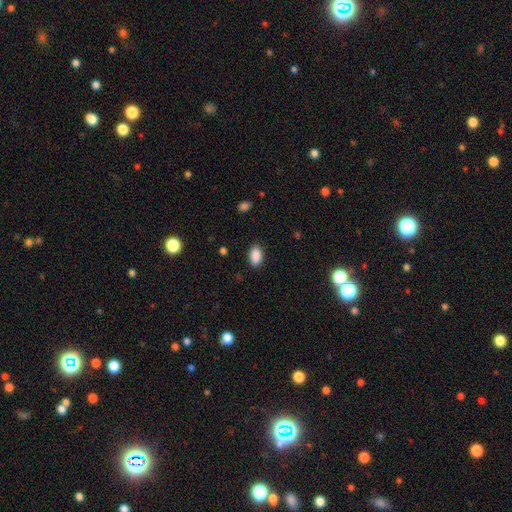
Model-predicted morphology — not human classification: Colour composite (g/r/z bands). It shows a smooth galaxy with no disk features (89%) that is in between round and cigar-shaped (92%). Merging: none (87%).